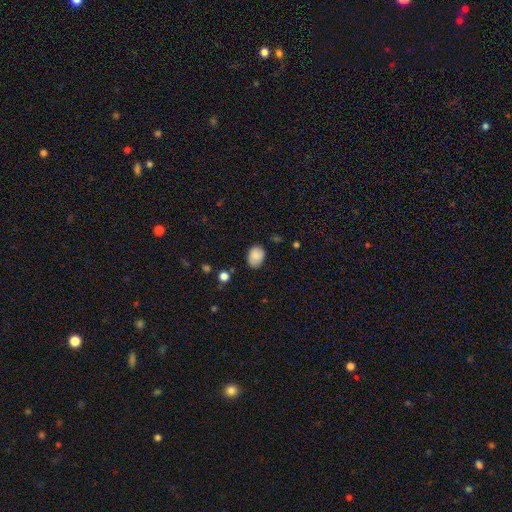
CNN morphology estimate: Smooth or featured? Predicted: smooth (p=0.86). How rounded? Predicted: in between (p=0.70). Merging? Predicted: none (p=0.74).